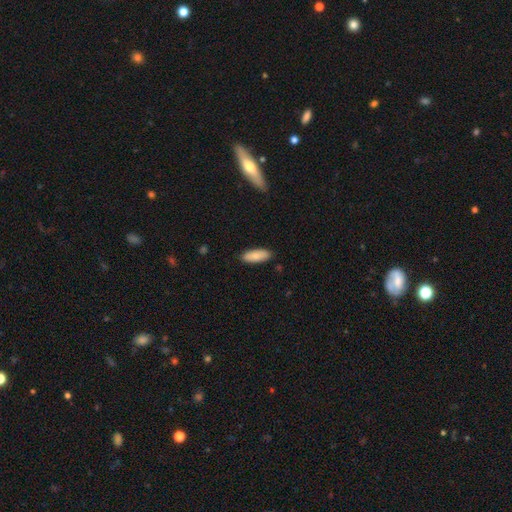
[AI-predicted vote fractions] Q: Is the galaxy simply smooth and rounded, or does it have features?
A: smooth — 83%.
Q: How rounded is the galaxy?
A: in between — 71%.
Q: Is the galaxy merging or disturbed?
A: none — 87%.